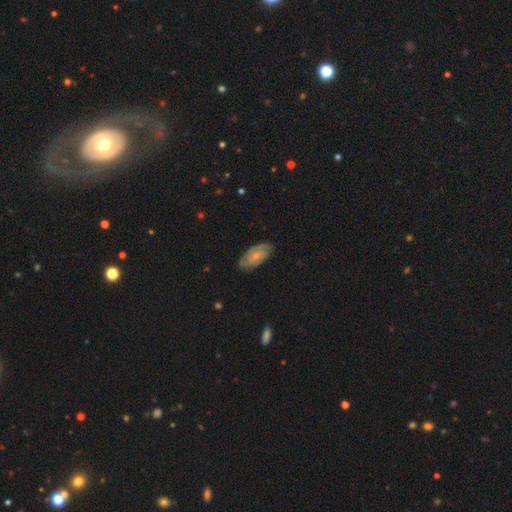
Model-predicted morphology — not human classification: Smooth or featured? Predicted: featured or disk (p=0.60). Edge-on disk? Predicted: no (p=0.93). Bar? Predicted: no (p=0.72). Spiral arms? Predicted: yes (p=0.82). Bulge size? Predicted: small (p=0.65). Merging? Predicted: none (p=0.75).